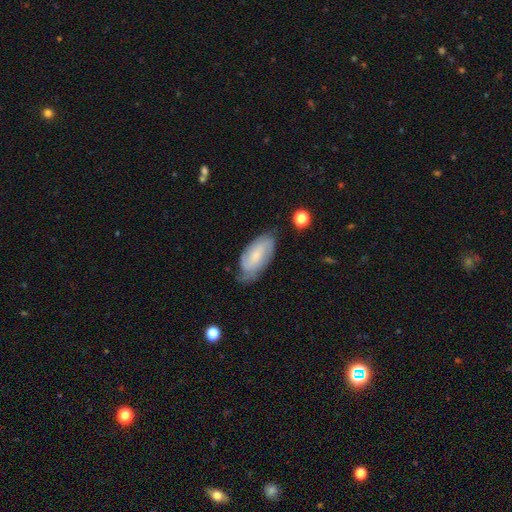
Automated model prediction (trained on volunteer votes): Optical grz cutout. It shows a featured or disk galaxy (62%) with no bar (46%), 2 (48%) tight (46%) spiral arms (90%) and a small central bulge (62%). Merging: none (67%).